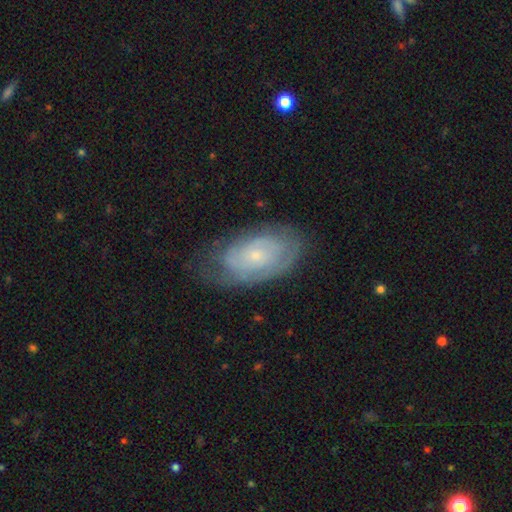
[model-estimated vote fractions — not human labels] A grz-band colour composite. It shows a featured or disk galaxy (69%) with no bar (77%), tight (68%) spiral arms (82%) and a small central bulge (75%). Merging: none (65%).